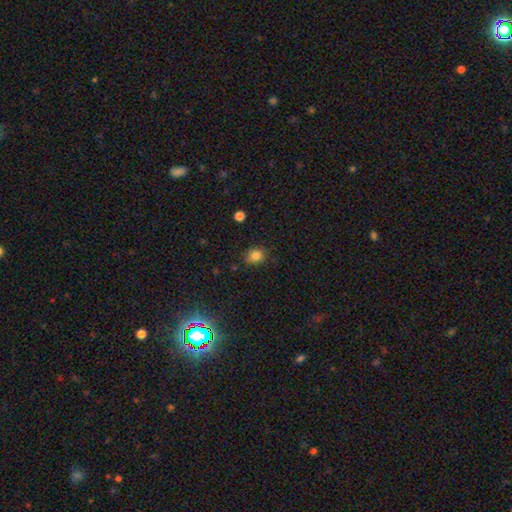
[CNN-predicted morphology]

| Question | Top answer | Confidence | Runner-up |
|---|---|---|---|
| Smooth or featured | smooth | 82% | star or artifact (13%) |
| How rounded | round | 68% | in between (31%) |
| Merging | none | 78% | minor disturbance (16%) |